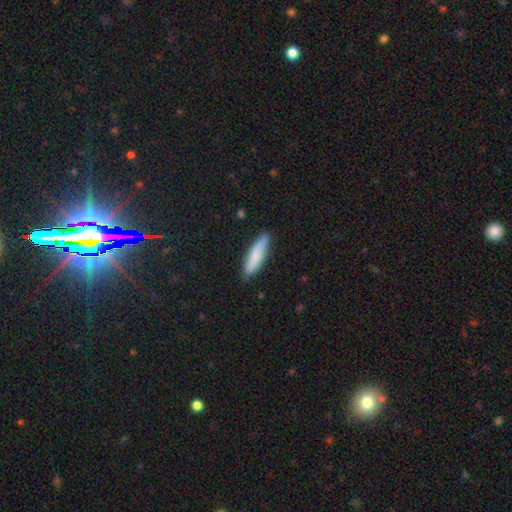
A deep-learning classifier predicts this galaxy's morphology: A smooth galaxy with no disk features (78%) that is cigar-shaped (77%).

Vote fractions:
- Smooth or featured? smooth: 78% / featured or disk: 17% / star or artifact: 6%
- How rounded? cigar-shaped: 77% / in between: 22% / round: 2%
- Merging? none: 85% / minor disturbance: 12% / major disturbance: 2% / merger: 1%